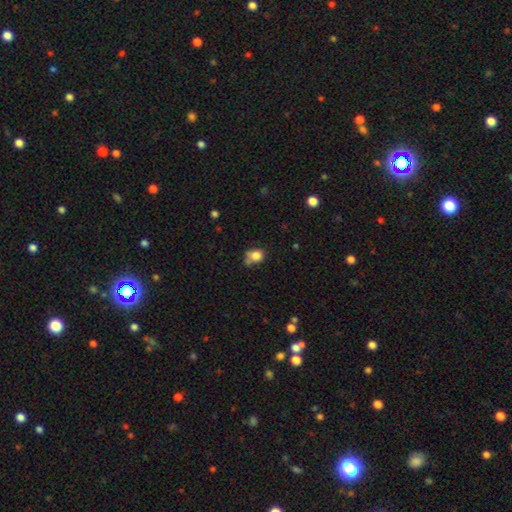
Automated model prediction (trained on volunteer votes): The model was most divided on "how rounded": round: 56%, in between: 43%, cigar-shaped: 1%. Remaining: smooth or featured — smooth (80%); merging — none (45%).